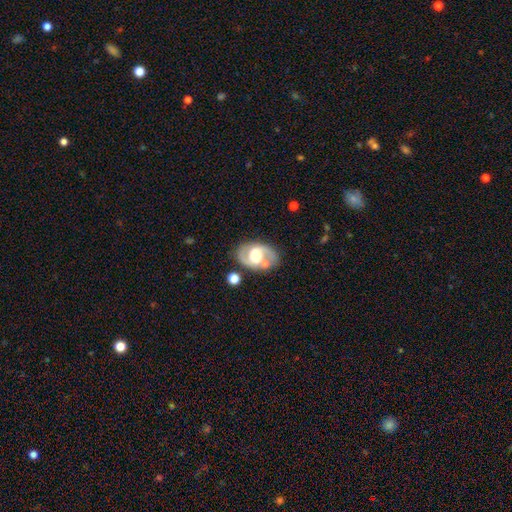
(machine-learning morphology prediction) A featured or disk galaxy (75%) with no bar (43%), 2 (89%) medium (53%) spiral arms (79%) and a moderate central bulge (44%).

Vote fractions:
- Smooth or featured? featured or disk: 75% / smooth: 20% / star or artifact: 6%
- Edge-on disk? no: 96% / yes: 4%
- Bar? no: 43% / weak: 40% / strong: 17%
- Spiral arms? yes: 79% / no: 21%
- Spiral winding? medium: 53% / loose: 25% / tight: 22%
- Spiral arm count? 2: 89% / can't tell: 6% / 1: 3% / 3: 1% / 4: 1% / more than 4: 1%
- Bulge size? moderate: 44% / large: 42% / small: 7% / dominant: 5% / none: 2%
- Merging? none: 74% / minor disturbance: 14% / merger: 6% / major disturbance: 5%